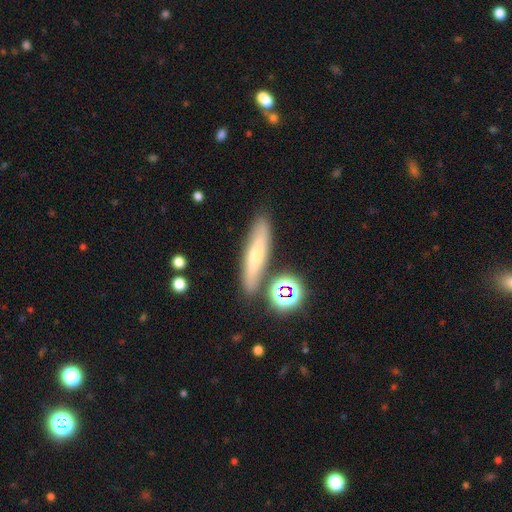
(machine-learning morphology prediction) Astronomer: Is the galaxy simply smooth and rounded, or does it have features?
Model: smooth — 50% (runner-up: featured or disk, 38%).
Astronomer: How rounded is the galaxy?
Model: cigar-shaped — 77%.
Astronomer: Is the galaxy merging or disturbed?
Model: none — 80%.